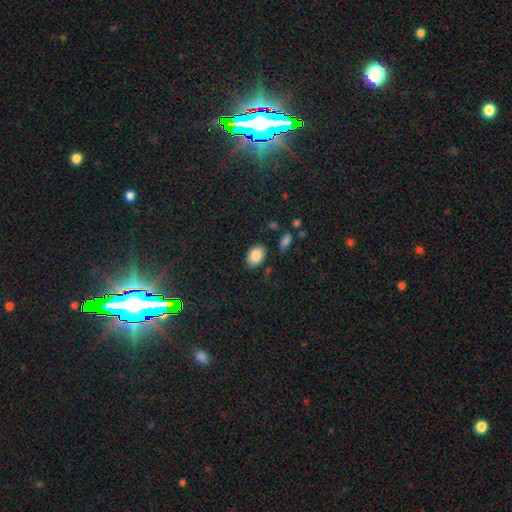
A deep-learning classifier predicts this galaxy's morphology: Smooth or featured? smooth (86%)
How rounded? in between (81%)
Merging? none (81%)